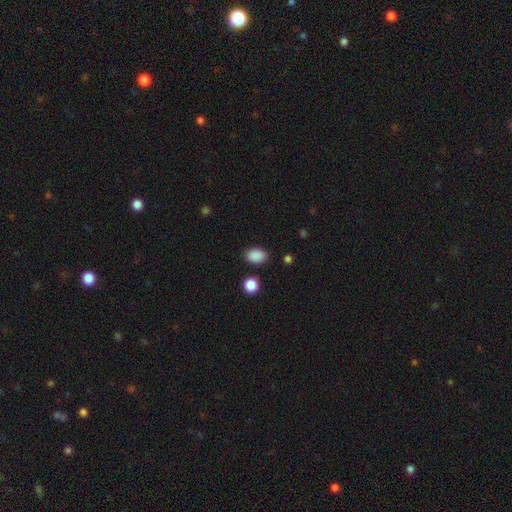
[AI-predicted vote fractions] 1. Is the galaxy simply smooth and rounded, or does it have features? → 88% smooth, 9% star or artifact, 3% featured or disk.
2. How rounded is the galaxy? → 79% in between, 20% round, 1% cigar-shaped.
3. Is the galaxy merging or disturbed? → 85% none, 10% minor disturbance, 3% major disturbance, 2% merger.